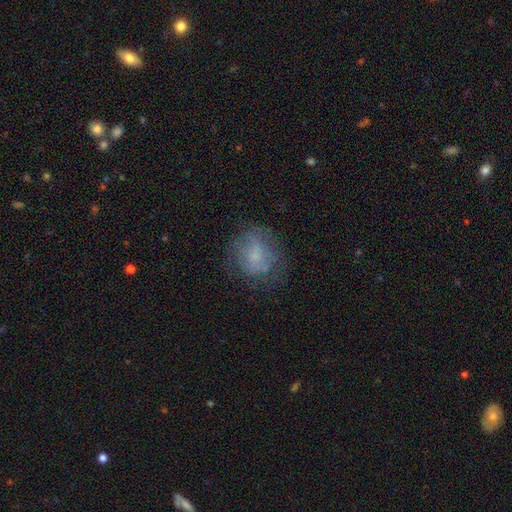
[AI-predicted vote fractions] Smooth or featured? Predicted: smooth (p=0.53). How rounded? Predicted: round (p=0.72). Merging? Predicted: none (p=0.60).